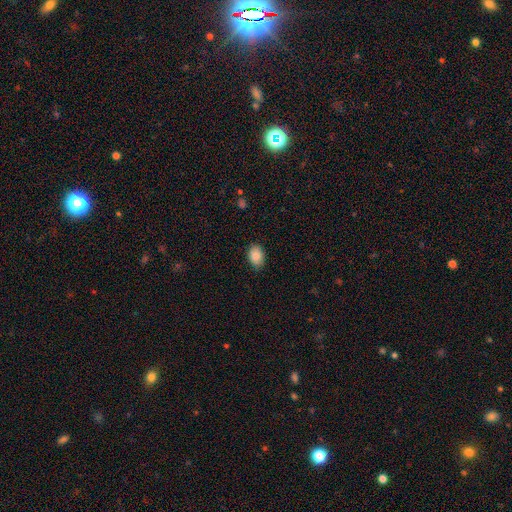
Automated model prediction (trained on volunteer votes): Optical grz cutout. It shows a smooth galaxy with no disk features (88%) that is in between round and cigar-shaped (82%). Merging: none (84%).